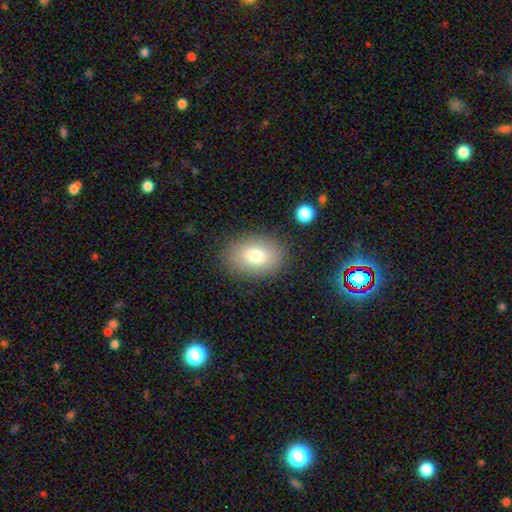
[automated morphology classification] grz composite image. It shows a smooth galaxy with no disk features (77%) that is in between round and cigar-shaped (79%). Merging: none (84%).